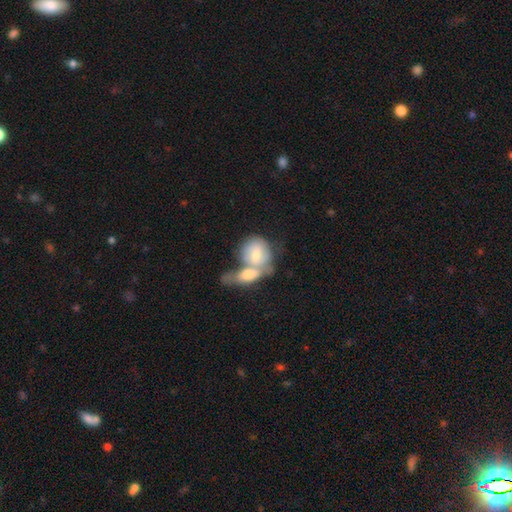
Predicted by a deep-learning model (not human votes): The model was most divided on "how rounded": round: 55%, in between: 42%, cigar-shaped: 3%. More confident: merging — merger (71%); smooth or featured — smooth (61%).